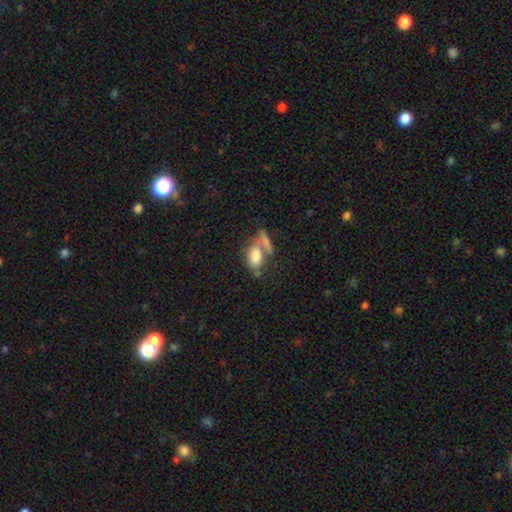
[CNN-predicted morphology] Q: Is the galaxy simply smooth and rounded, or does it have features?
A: smooth — 76%.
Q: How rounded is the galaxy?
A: in between — 84%.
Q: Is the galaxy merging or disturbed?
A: merger — 43%.